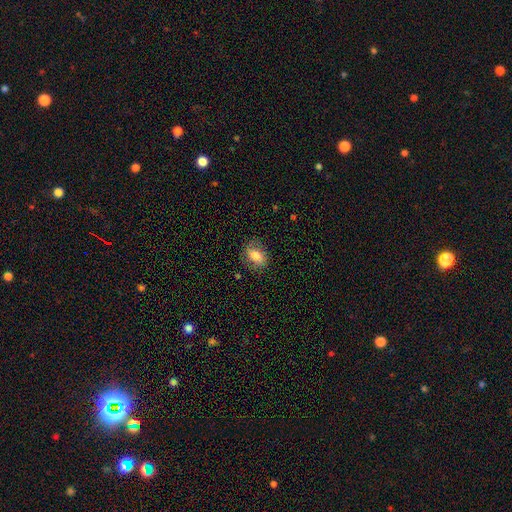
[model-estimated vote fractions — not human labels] The model was most divided on "smooth or featured": smooth: 68%, featured or disk: 24%, star or artifact: 8%. More confident: merging — none (75%); how rounded — in between (72%).